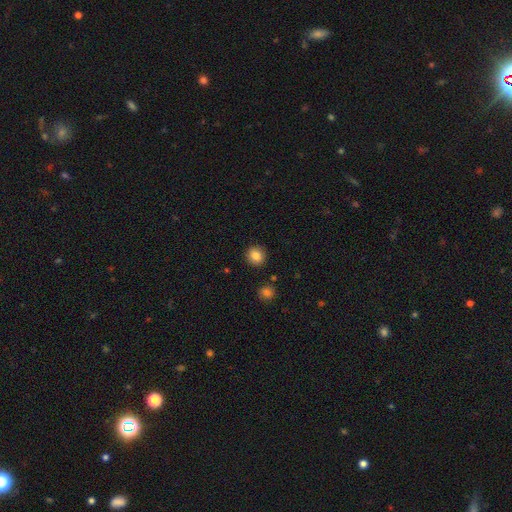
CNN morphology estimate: The model was most divided on "smooth or featured": smooth: 84%, star or artifact: 10%, featured or disk: 6%. More confident: merging — none (91%); how rounded — round (87%).